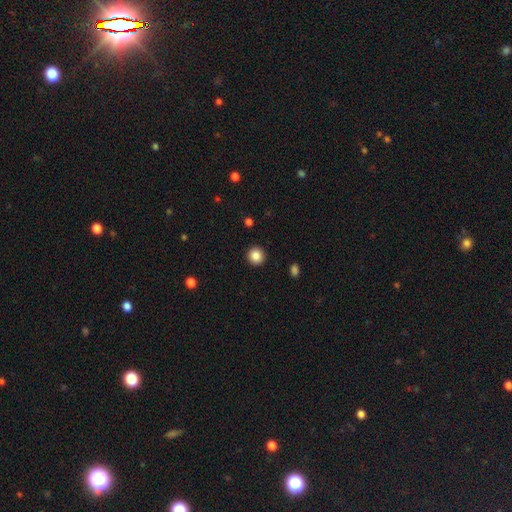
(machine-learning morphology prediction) smooth-or-featured: smooth: 86% | star or artifact: 10% | featured or disk: 4%
  how-rounded: round: 94% | in between: 5% | cigar-shaped: 1%
  merging: none: 93% | minor disturbance: 4% | major disturbance: 2% | merger: 1%